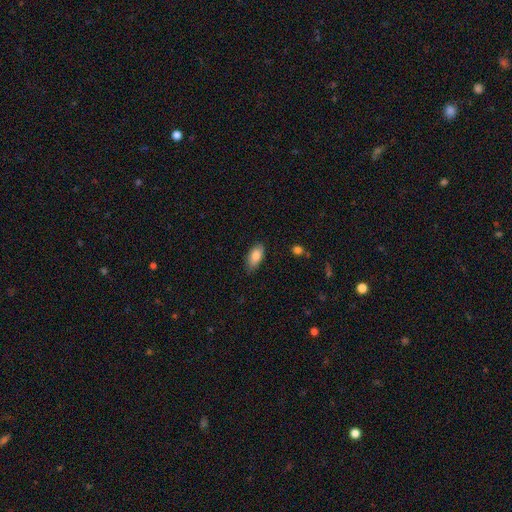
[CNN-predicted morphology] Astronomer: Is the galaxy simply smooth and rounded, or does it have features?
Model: smooth — 83%.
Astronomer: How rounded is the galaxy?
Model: in between — 90%.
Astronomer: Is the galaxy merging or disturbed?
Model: none — 78%.